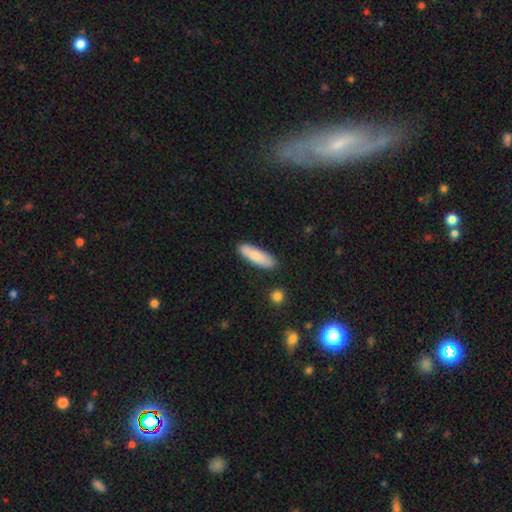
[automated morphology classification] smooth_or_featured: smooth (p=0.83) [alt: featured or disk p=0.12]
how_rounded: cigar-shaped (p=0.56) [alt: in between p=0.43]
merging: none (p=0.86) [alt: minor disturbance p=0.10]